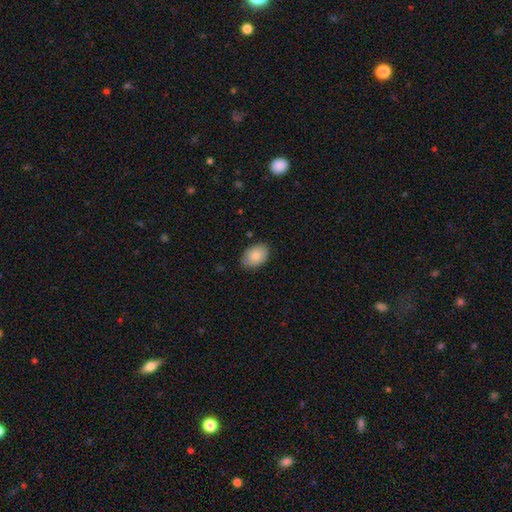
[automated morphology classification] Overall: smooth (86%). How rounded: in between (83%). Merging: none (82%).